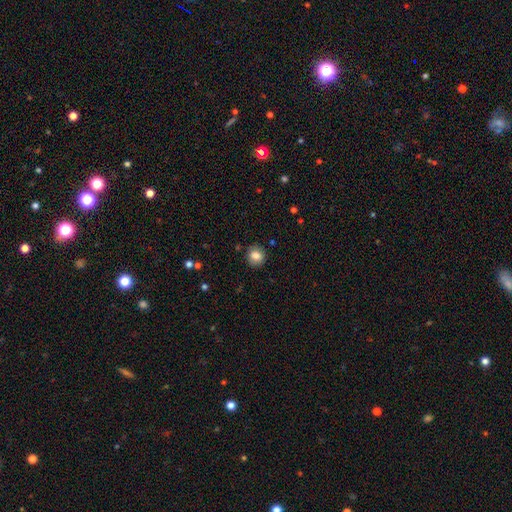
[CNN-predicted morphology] Smooth or featured? Predicted: smooth (p=0.84). How rounded? Predicted: round (p=0.84). Merging? Predicted: none (p=0.88).